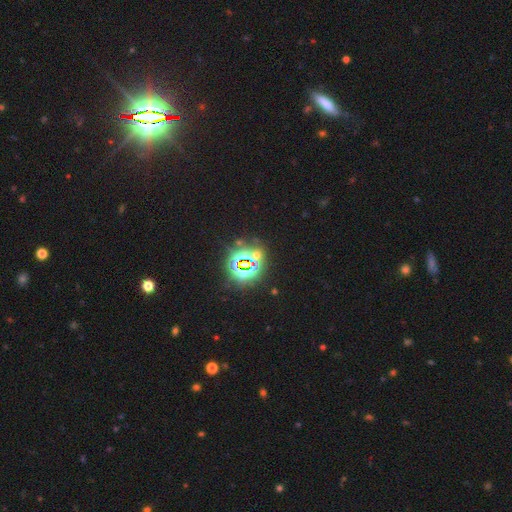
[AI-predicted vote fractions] Smooth or featured? star or artifact (77%)